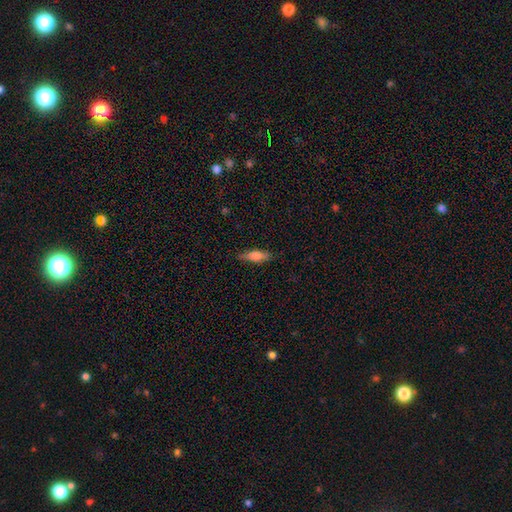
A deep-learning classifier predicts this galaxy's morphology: smooth-or-featured: smooth: 72% | featured or disk: 21% | star or artifact: 7%
  how-rounded: in between: 49% | cigar-shaped: 48% | round: 2%
  merging: none: 81% | minor disturbance: 14% | major disturbance: 3% | merger: 1%